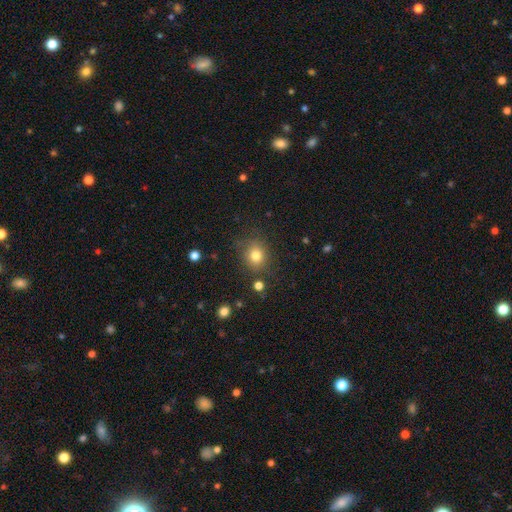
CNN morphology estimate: Smooth or featured?
  - smooth: 79% *
  - star or artifact: 13%
  - featured or disk: 7%
How rounded?
  - round: 75% *
  - in between: 24%
  - cigar-shaped: 1%
Merging?
  - none: 80% *
  - minor disturbance: 12%
  - major disturbance: 4%
  - merger: 3%